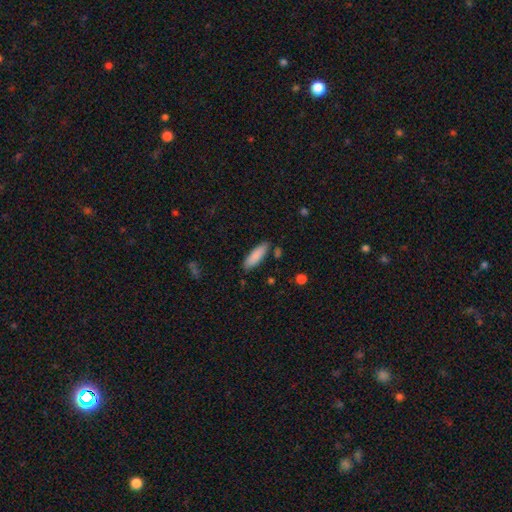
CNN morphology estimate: Smooth or featured? Predicted: smooth (p=0.86). How rounded? Predicted: in between (p=0.49, tied with cigar-shaped). Merging? Predicted: none (p=0.84).